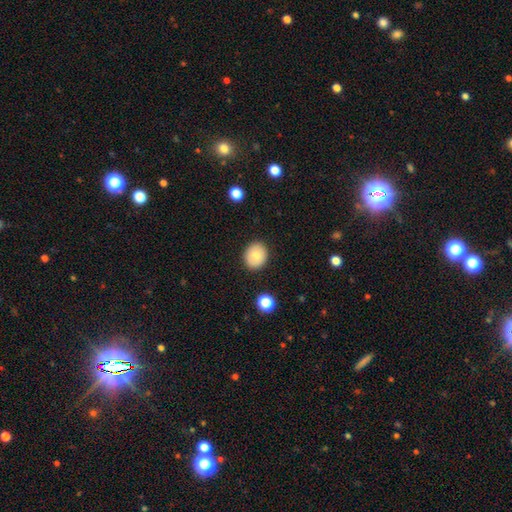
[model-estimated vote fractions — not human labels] A smooth galaxy with no disk features (77%) that is round (69%).

Vote fractions:
- Smooth or featured? smooth: 77% / featured or disk: 15% / star or artifact: 9%
- How rounded? round: 69% / in between: 30% / cigar-shaped: 1%
- Merging? none: 89% / minor disturbance: 8% / major disturbance: 2% / merger: 1%